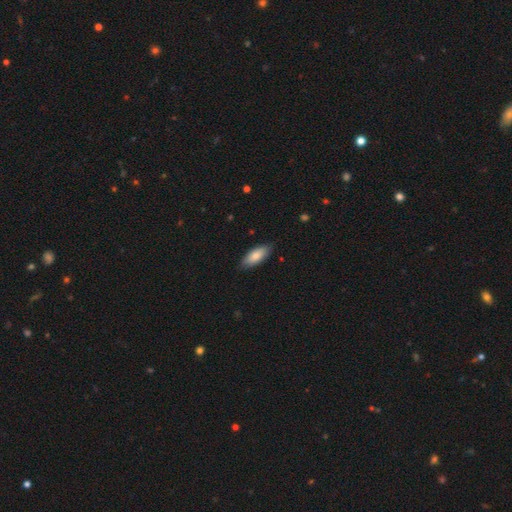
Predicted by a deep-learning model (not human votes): The model was most divided on "how rounded": in between: 80%, cigar-shaped: 18%, round: 2%. More confident: merging — none (84%); smooth or featured — smooth (83%).